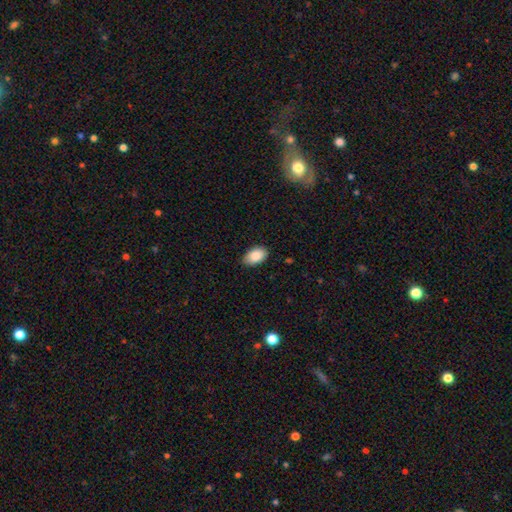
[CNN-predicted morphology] This appears to be a smooth galaxy with no disk features (89%) that is in between round and cigar-shaped (93%). Merging: none (85%).